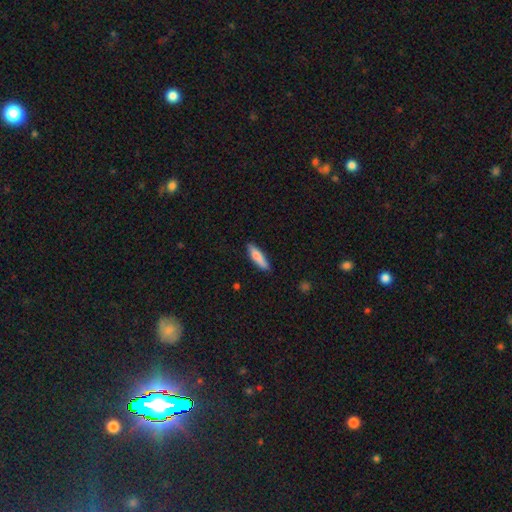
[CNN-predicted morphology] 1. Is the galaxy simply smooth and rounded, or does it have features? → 79% smooth, 16% featured or disk, 6% star or artifact.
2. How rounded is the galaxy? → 70% cigar-shaped, 28% in between, 2% round.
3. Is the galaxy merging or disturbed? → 83% none, 13% minor disturbance, 2% major disturbance, 1% merger.